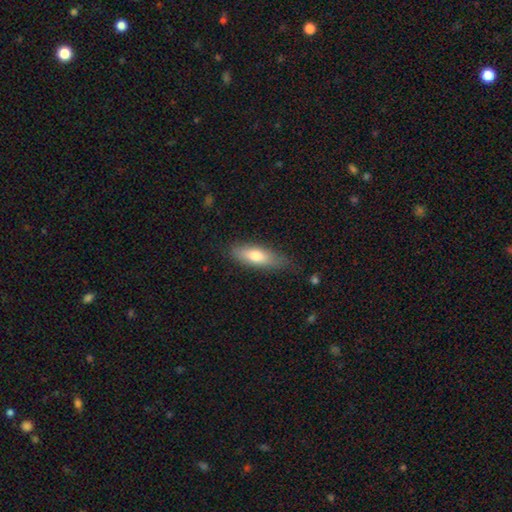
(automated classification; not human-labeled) smooth 72%, featured or disk 21%, star or artifact 6%. Down the decision tree: how rounded — in between (60%); merging — none (76%).